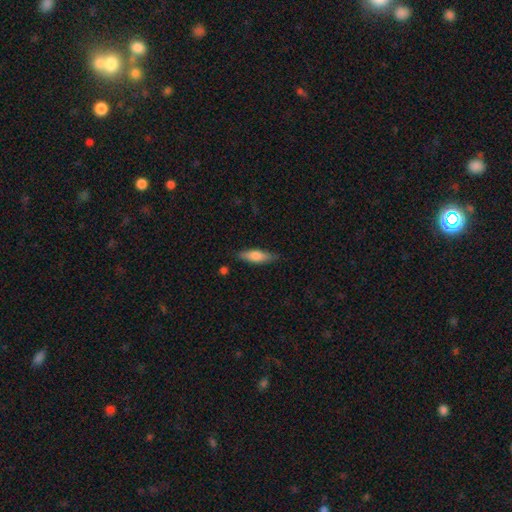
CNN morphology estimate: smooth-or-featured: smooth: 72% | featured or disk: 22% | star or artifact: 6%
  how-rounded: cigar-shaped: 50% | in between: 48% | round: 2%
  merging: none: 81% | minor disturbance: 14% | major disturbance: 3% | merger: 2%